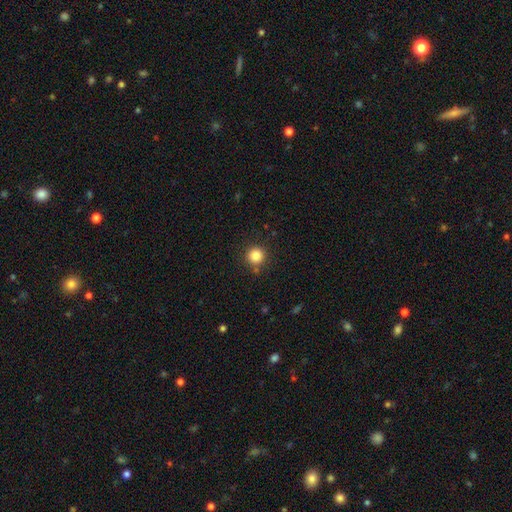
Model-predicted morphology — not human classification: smooth 84%, star or artifact 11%, featured or disk 4%. Down the decision tree: how rounded — round (94%); merging — none (86%).